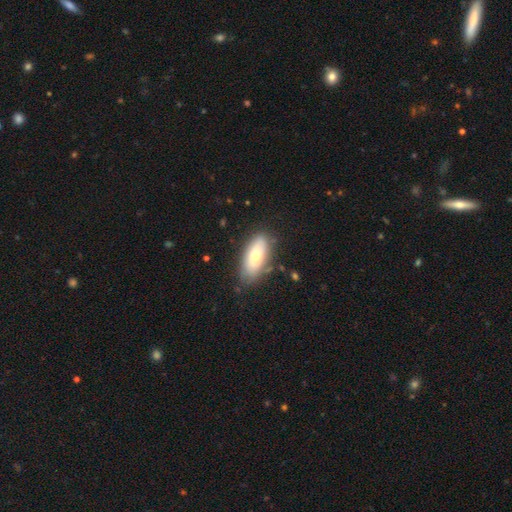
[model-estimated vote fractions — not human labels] Overall: smooth (71%). How rounded: in between (86%). Merging: none (77%).